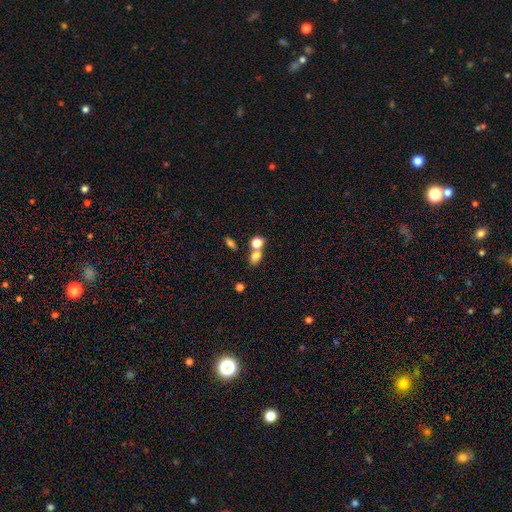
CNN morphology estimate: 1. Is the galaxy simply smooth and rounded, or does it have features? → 77% smooth, 12% star or artifact, 11% featured or disk.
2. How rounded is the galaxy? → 58% in between, 40% round, 2% cigar-shaped.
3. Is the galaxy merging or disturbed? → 44% merger, 43% none, 9% minor disturbance, 4% major disturbance.